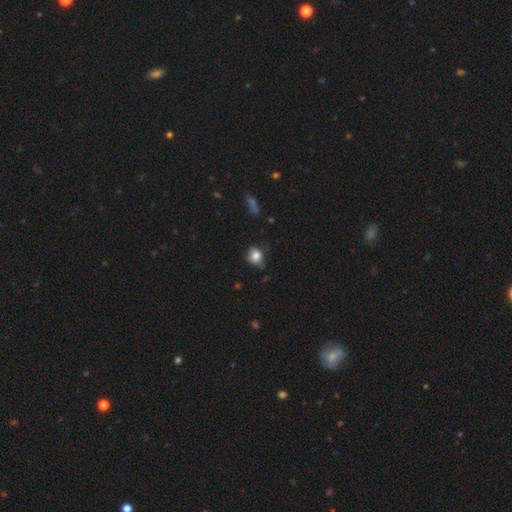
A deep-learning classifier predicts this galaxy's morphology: A smooth galaxy with no disk features (80%) that is round (67%).

Vote fractions:
- Smooth or featured? smooth: 80% / star or artifact: 10% / featured or disk: 9%
- How rounded? round: 67% / in between: 32% / cigar-shaped: 1%
- Merging? none: 55% / minor disturbance: 32% / major disturbance: 9% / merger: 3%